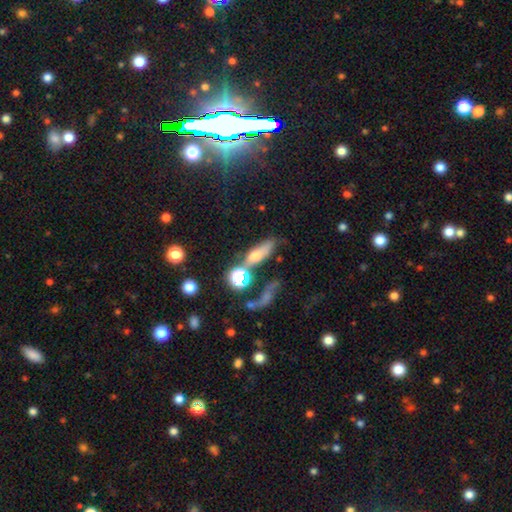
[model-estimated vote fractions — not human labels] Overall: smooth (54%; featured or disk 27%). How rounded: in between (45%; cigar-shaped 38%). Merging: none (50%; merger 21%).